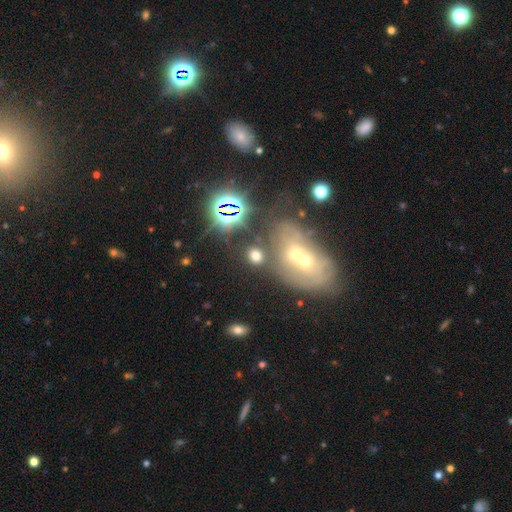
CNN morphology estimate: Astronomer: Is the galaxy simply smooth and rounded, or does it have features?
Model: smooth — 58%.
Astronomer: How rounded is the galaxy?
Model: round — 59% (runner-up: in between, 39%).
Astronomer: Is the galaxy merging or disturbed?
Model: none — 50% (runner-up: merger, 34%).